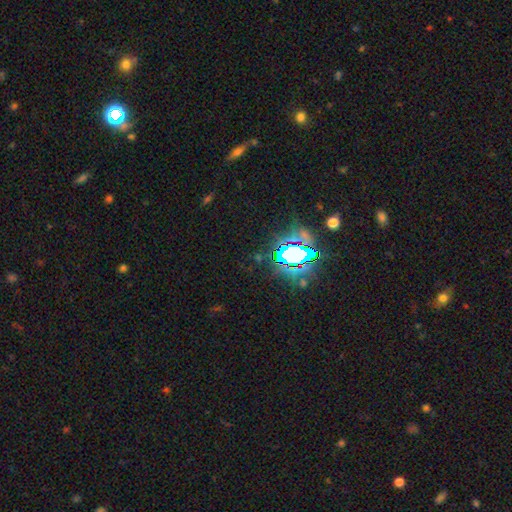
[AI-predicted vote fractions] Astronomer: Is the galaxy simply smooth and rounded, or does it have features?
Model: star or artifact — 78%.